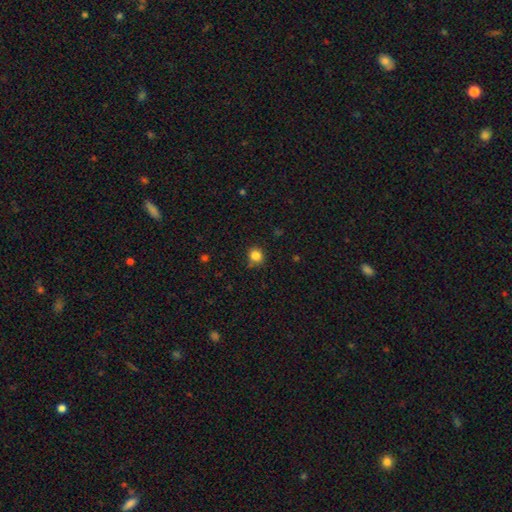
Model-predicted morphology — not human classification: type=smooth (84%); roundness=round (84%); merging=none (78%).